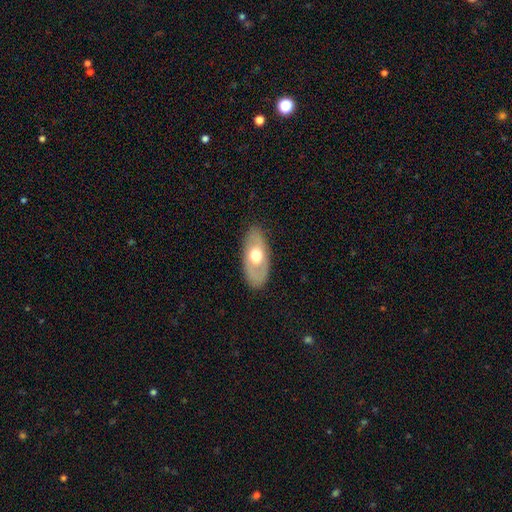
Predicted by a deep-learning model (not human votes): Morphology: type=featured or disk (48%); merging=none (84%).